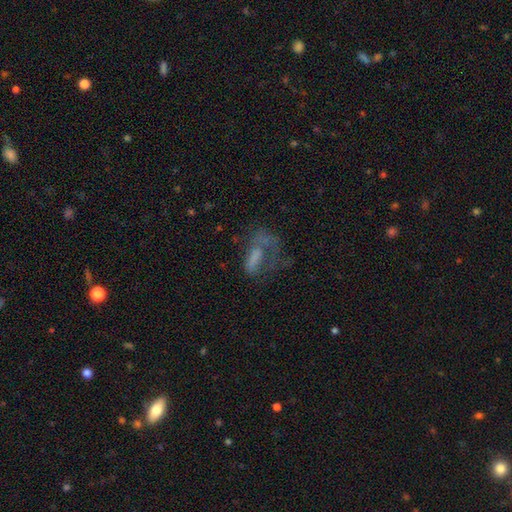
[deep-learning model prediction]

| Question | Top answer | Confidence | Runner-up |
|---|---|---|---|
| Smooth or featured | smooth | 43% | featured or disk (40%) |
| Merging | major disturbance | 51% | none (28%) |